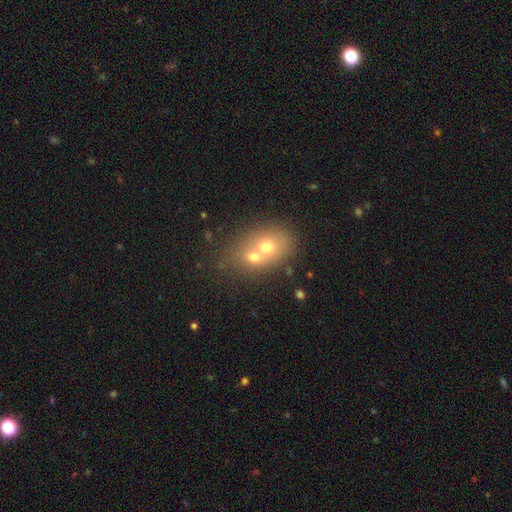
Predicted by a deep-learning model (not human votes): Smooth or featured: smooth — 59% (featured or disk — 28%)
How rounded: in between — 50% (round — 49%)
Merging: merger — 67% (none — 24%)